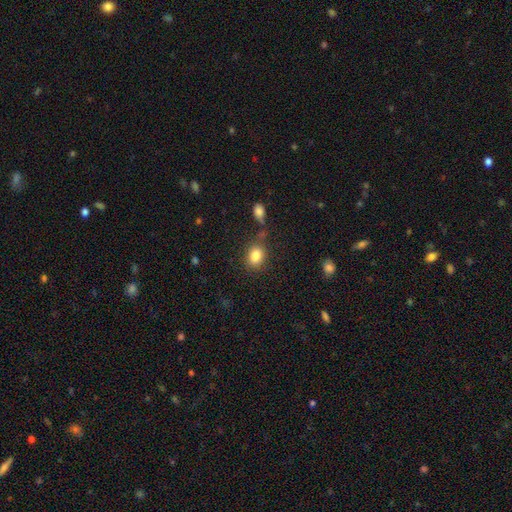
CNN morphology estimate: This is clearly a smooth galaxy (83%). How rounded: possibly in between (53%). Merging: likely none (73%).